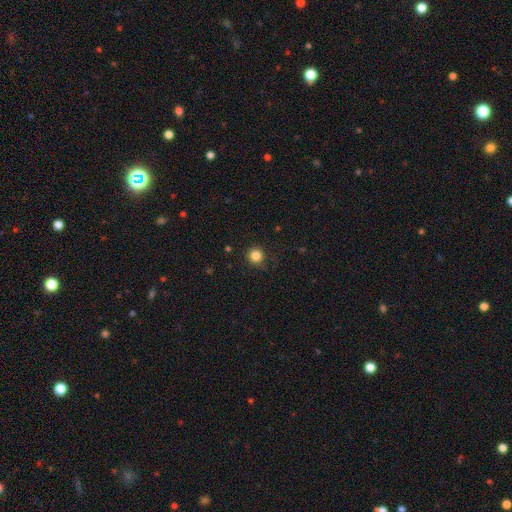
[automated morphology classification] type=smooth (84%); roundness=round (95%); merging=none (88%).